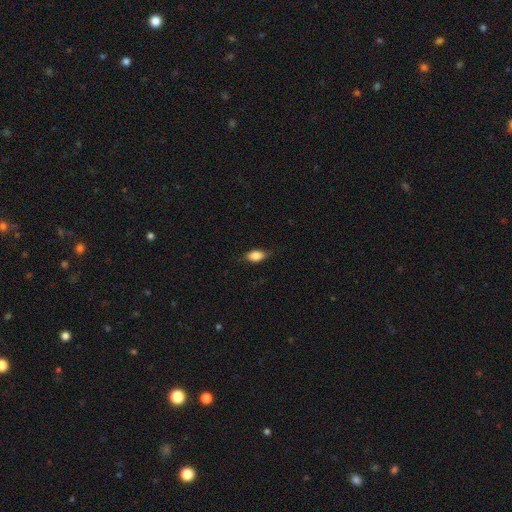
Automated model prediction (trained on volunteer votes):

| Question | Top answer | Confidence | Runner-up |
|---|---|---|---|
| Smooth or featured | smooth | 83% | featured or disk (10%) |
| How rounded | in between | 87% | round (7%) |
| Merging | none | 76% | minor disturbance (19%) |